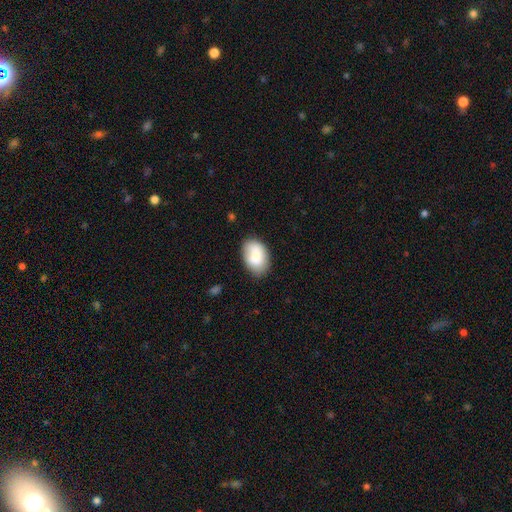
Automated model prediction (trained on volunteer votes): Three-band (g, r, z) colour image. It shows a smooth galaxy with no disk features (80%) that is in between round and cigar-shaped (88%). Merging: none (72%).